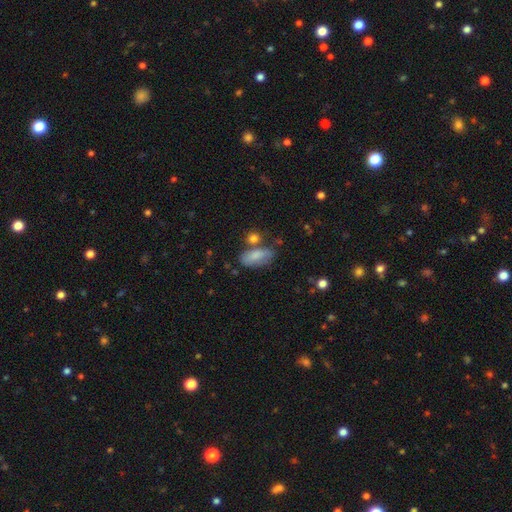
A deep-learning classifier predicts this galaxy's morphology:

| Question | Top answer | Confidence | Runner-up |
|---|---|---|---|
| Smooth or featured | smooth | 77% | featured or disk (15%) |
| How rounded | in between | 85% | cigar-shaped (11%) |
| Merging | none | 54% | minor disturbance (23%) |